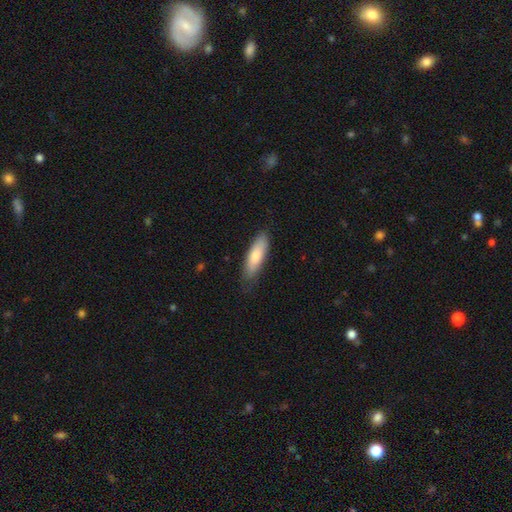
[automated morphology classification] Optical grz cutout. It shows a smooth galaxy with no disk features (77%) that is in between round and cigar-shaped (50%). Merging: none (79%).